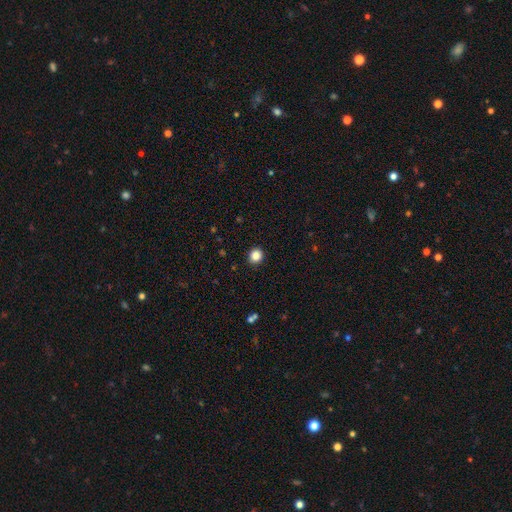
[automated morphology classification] smooth 86%, star or artifact 11%, featured or disk 3%. Down the decision tree: how rounded — round (86%); merging — none (92%).